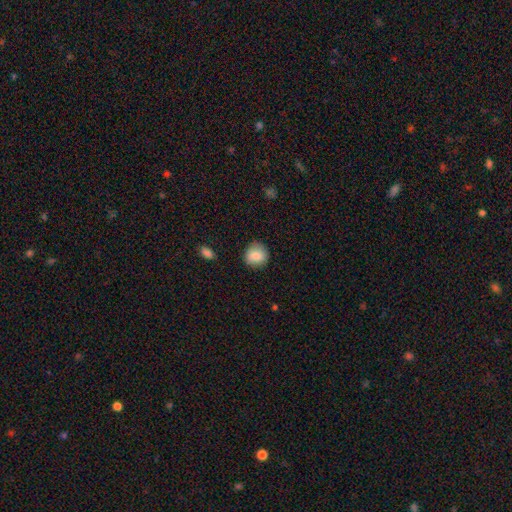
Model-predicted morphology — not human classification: A smooth galaxy with no disk features (84%) that is round (85%).

Vote fractions:
- Smooth or featured? smooth: 84% / featured or disk: 9% / star or artifact: 8%
- How rounded? round: 85% / in between: 14% / cigar-shaped: 1%
- Merging? none: 84% / minor disturbance: 12% / major disturbance: 3% / merger: 1%